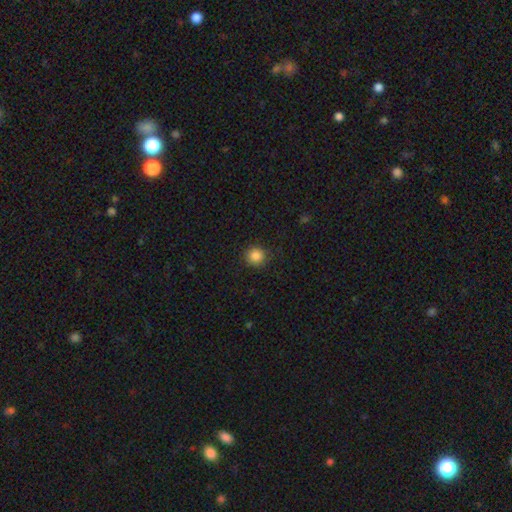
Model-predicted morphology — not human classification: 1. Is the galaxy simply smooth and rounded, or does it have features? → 86% smooth, 11% star or artifact, 3% featured or disk.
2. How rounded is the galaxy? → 92% round, 7% in between, 1% cigar-shaped.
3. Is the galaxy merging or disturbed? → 88% none, 8% minor disturbance, 3% major disturbance, 1% merger.